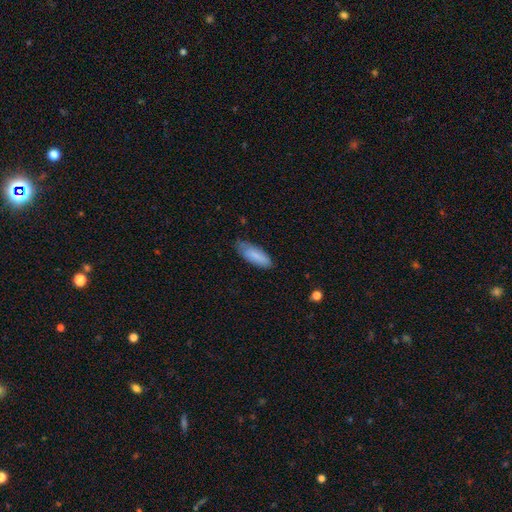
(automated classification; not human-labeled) This appears to be a smooth galaxy with no disk features (83%) that is in between round and cigar-shaped (67%). Merging: none (67%).